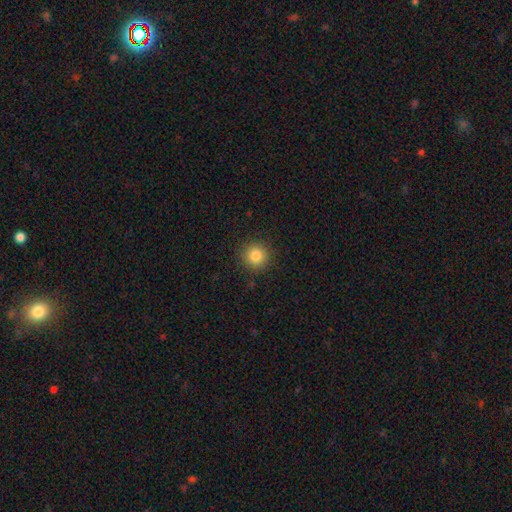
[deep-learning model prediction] Smooth or featured?
  - smooth: 84% *
  - star or artifact: 11%
  - featured or disk: 5%
How rounded?
  - round: 94% *
  - in between: 5%
  - cigar-shaped: 1%
Merging?
  - none: 91% *
  - minor disturbance: 6%
  - major disturbance: 2%
  - merger: 1%